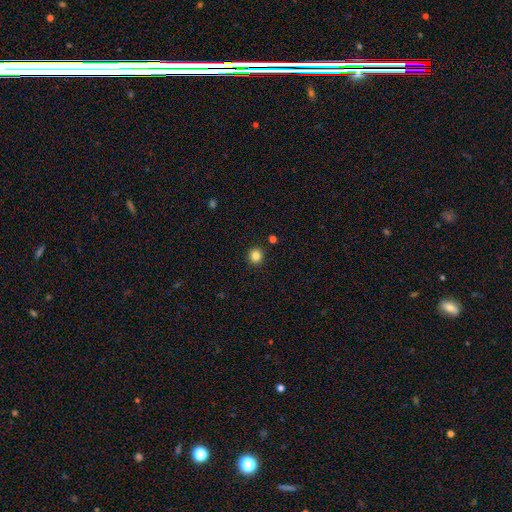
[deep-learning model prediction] A smooth galaxy with no disk features (84%) that is round (93%).

Vote fractions:
- Smooth or featured? smooth: 84% / star or artifact: 12% / featured or disk: 4%
- How rounded? round: 93% / in between: 6% / cigar-shaped: 1%
- Merging? none: 91% / minor disturbance: 5% / merger: 2% / major disturbance: 2%